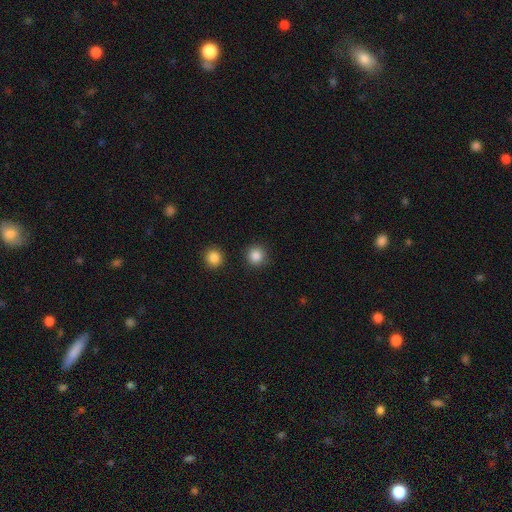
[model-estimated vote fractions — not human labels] A smooth galaxy with no disk features (87%) that is round (94%).

Vote fractions:
- Smooth or featured? smooth: 87% / star or artifact: 10% / featured or disk: 3%
- How rounded? round: 94% / in between: 5% / cigar-shaped: 1%
- Merging? none: 89% / minor disturbance: 6% / merger: 3% / major disturbance: 2%